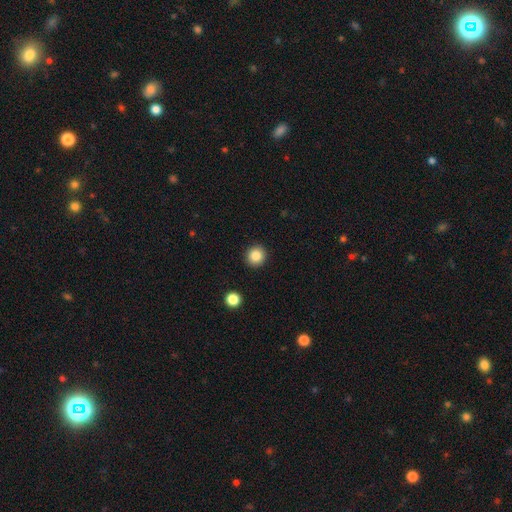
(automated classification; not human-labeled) Smooth or featured? Predicted: smooth (p=0.86). How rounded? Predicted: round (p=0.91). Merging? Predicted: none (p=0.92).